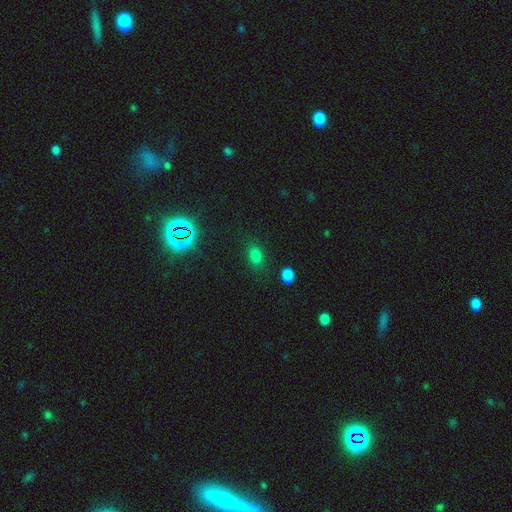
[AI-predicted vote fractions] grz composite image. It shows a smooth galaxy with no disk features (76%) that is in between round and cigar-shaped (83%). Merging: none (78%).